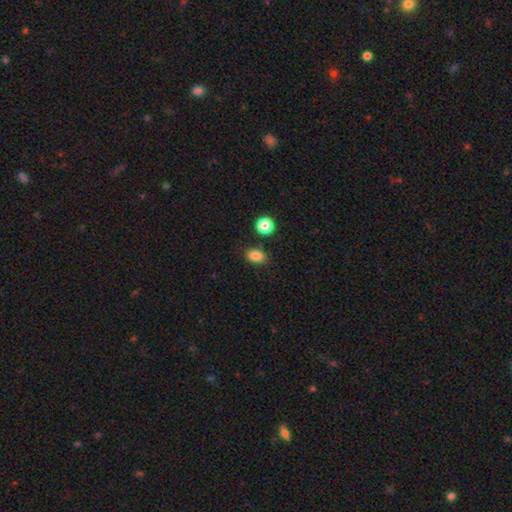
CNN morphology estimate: This is clearly a smooth galaxy (84%). How rounded: likely in between (78%). Merging: clearly none (81%).